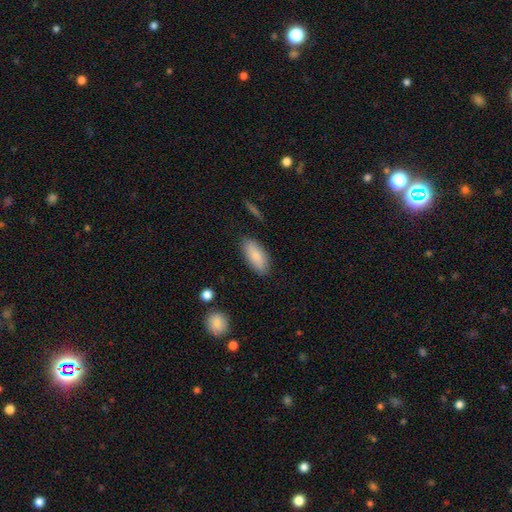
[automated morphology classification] smooth 79%, featured or disk 14%, star or artifact 6%. Down the decision tree: how rounded — in between (87%); merging — none (85%).